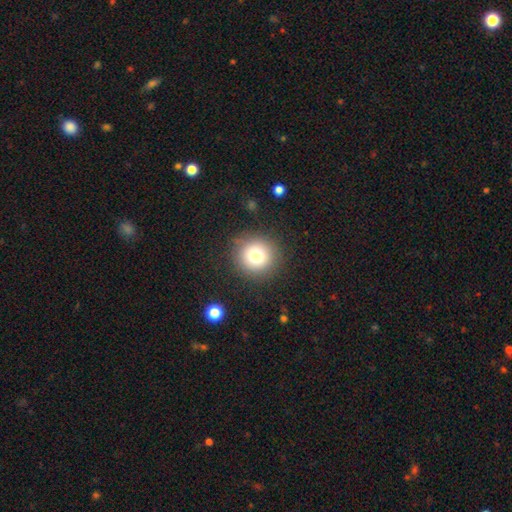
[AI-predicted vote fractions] Q: Smooth or featured?
A: smooth (77%); runner-up: star or artifact (12%)
Q: How rounded?
A: round (93%); runner-up: in between (6%)
Q: Merging?
A: none (86%); runner-up: minor disturbance (9%)